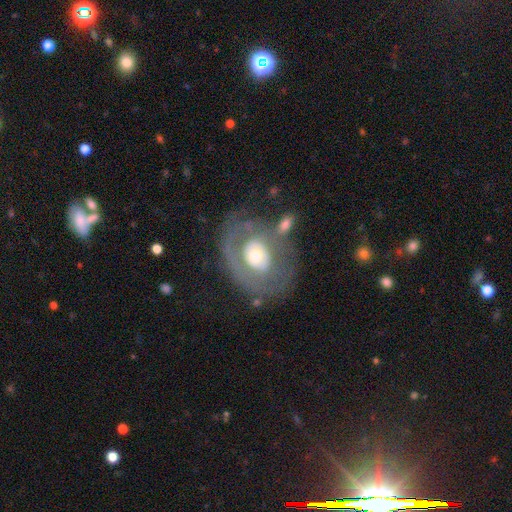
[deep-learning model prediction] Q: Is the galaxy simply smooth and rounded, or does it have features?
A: featured or disk — 65%.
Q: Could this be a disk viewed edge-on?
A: no — 94%.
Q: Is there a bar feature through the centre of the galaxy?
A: no — 82%.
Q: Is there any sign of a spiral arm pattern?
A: no — 63%.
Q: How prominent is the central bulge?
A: moderate — 61%.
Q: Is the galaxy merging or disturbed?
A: none — 58%.